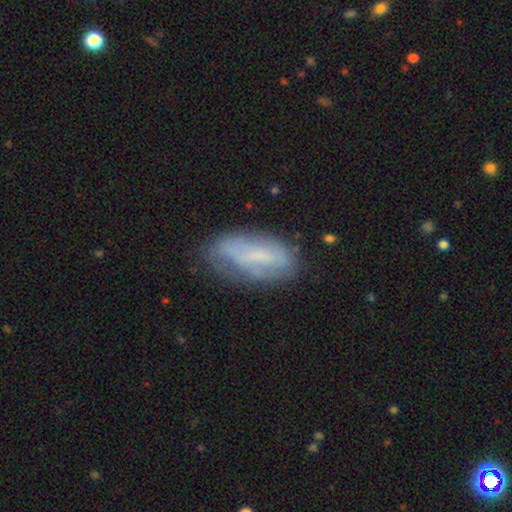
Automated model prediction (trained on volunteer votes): Q: Smooth or featured?
A: smooth (50%); runner-up: featured or disk (41%)
Q: How rounded?
A: in between (81%); runner-up: cigar-shaped (17%)
Q: Merging?
A: none (58%); runner-up: minor disturbance (28%)